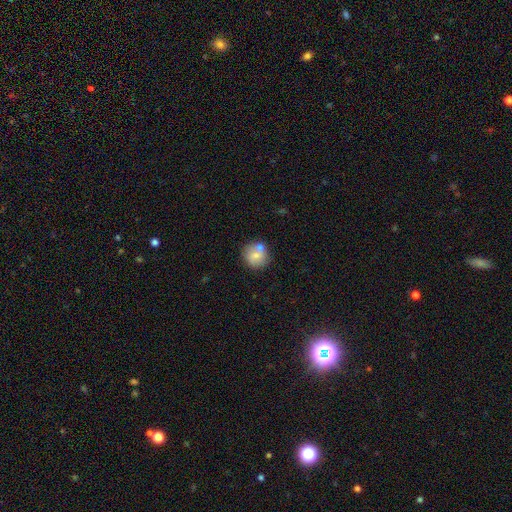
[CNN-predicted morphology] smooth 70%, featured or disk 21%, star or artifact 8%. Down the decision tree: how rounded — round (89%); merging — none (63%).